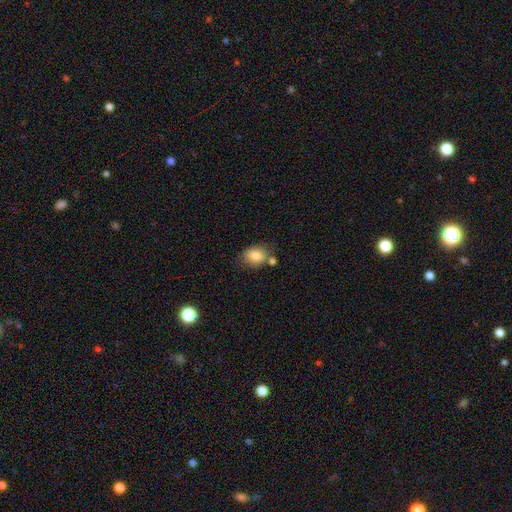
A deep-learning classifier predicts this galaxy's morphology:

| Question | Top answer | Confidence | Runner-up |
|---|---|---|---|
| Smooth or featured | smooth | 81% | featured or disk (11%) |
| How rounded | in between | 60% | round (39%) |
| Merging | none | 64% | minor disturbance (17%) |